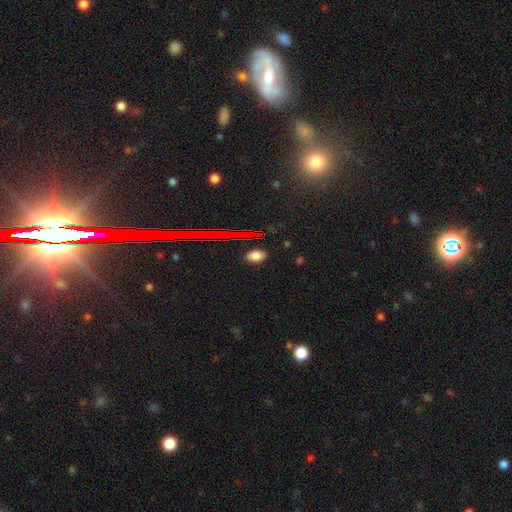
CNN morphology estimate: A smooth galaxy with no disk features (78%) that is in between round and cigar-shaped (84%). Merging: none (85%).